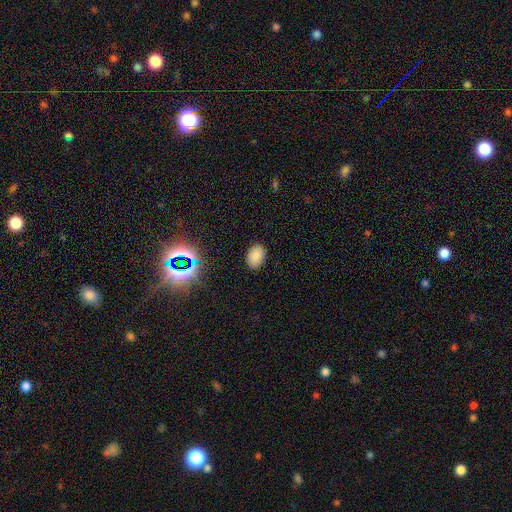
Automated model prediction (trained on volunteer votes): Smooth or featured? Predicted: smooth (p=0.83). How rounded? Predicted: in between (p=0.86). Merging? Predicted: none (p=0.85).